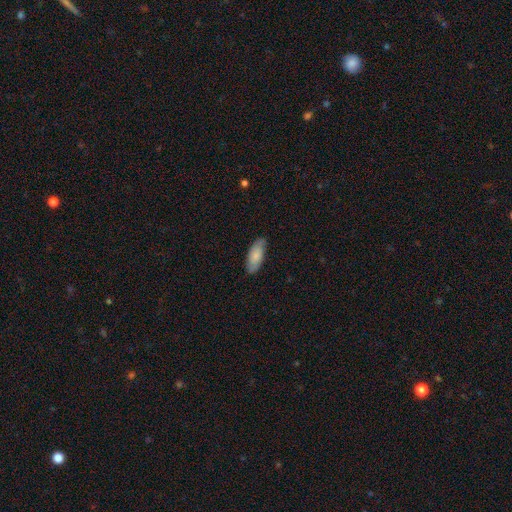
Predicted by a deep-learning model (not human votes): smooth-or-featured: smooth: 78% | featured or disk: 17% | star or artifact: 6%
  how-rounded: in between: 81% | cigar-shaped: 18% | round: 2%
  merging: none: 79% | minor disturbance: 17% | major disturbance: 3% | merger: 1%